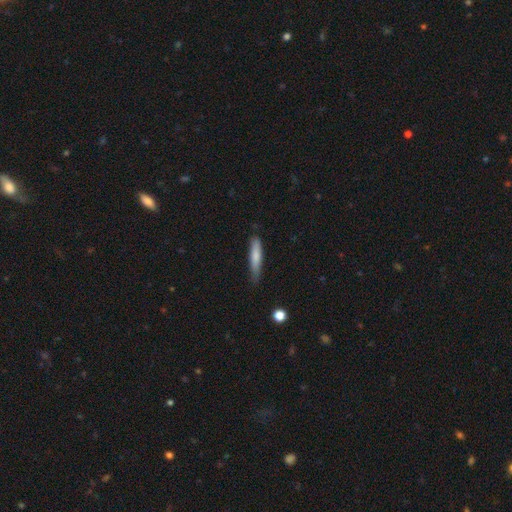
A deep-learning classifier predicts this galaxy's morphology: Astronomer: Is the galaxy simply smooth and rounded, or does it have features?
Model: smooth — 76%.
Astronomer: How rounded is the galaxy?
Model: cigar-shaped — 87%.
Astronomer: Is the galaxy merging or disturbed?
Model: none — 67%.